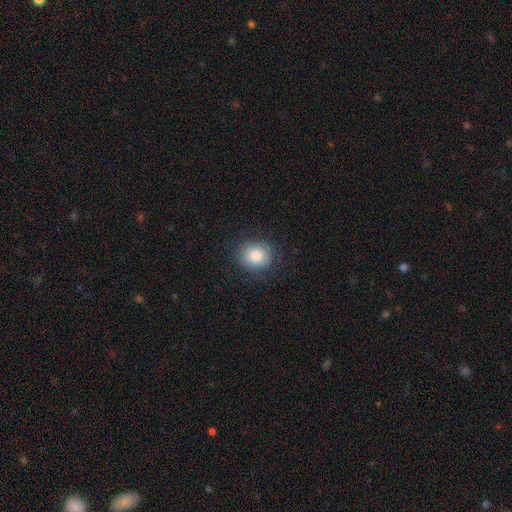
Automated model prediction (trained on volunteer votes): This is clearly a smooth galaxy (83%). How rounded: likely round (71%). Merging: clearly none (82%).